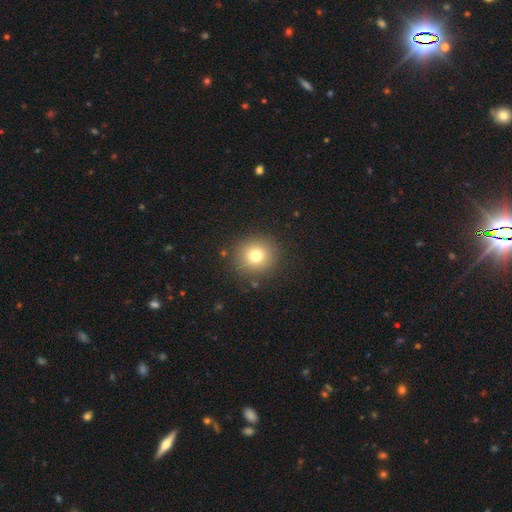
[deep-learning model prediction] Smooth or featured: smooth — 76% (star or artifact — 14%)
How rounded: round — 91% (in between — 8%)
Merging: none — 88% (minor disturbance — 7%)